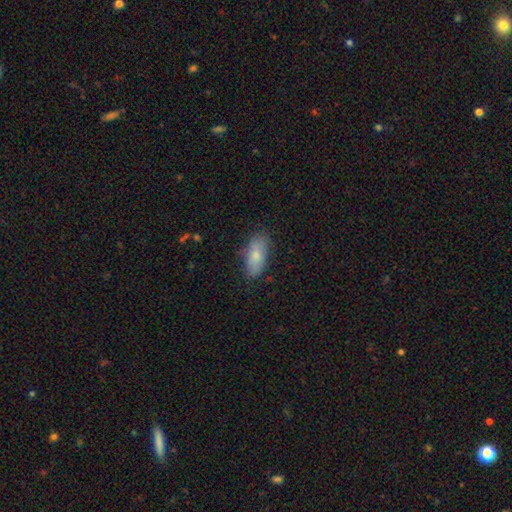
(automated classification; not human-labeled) smooth-or-featured: smooth: 79% | featured or disk: 15% | star or artifact: 7%
  how-rounded: in between: 86% | cigar-shaped: 12% | round: 3%
  merging: none: 78% | minor disturbance: 17% | major disturbance: 4% | merger: 1%